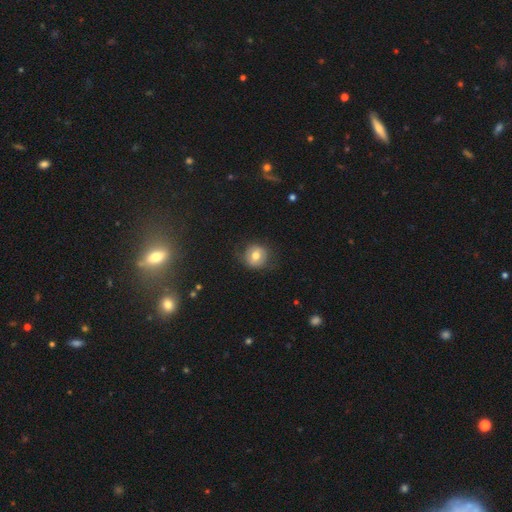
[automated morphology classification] Smooth or featured? Predicted: smooth (p=0.67). How rounded? Predicted: round (p=0.89). Merging? Predicted: none (p=0.79).